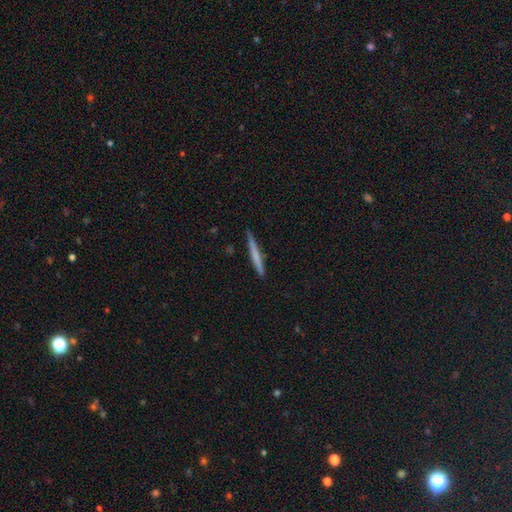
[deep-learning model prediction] smooth_or_featured: smooth (p=0.60) [alt: featured or disk p=0.35]
how_rounded: cigar-shaped (p=0.97) [alt: in between p=0.02]
merging: none (p=0.88) [alt: minor disturbance p=0.09]